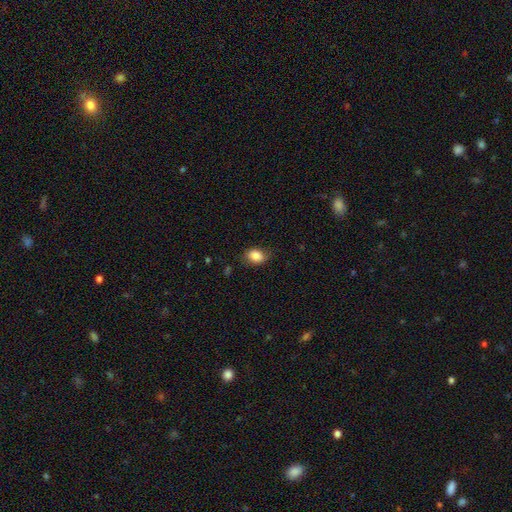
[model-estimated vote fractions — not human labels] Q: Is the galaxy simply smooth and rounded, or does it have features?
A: smooth — 86%.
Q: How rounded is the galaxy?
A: in between — 70%.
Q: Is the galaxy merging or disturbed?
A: none — 74%.